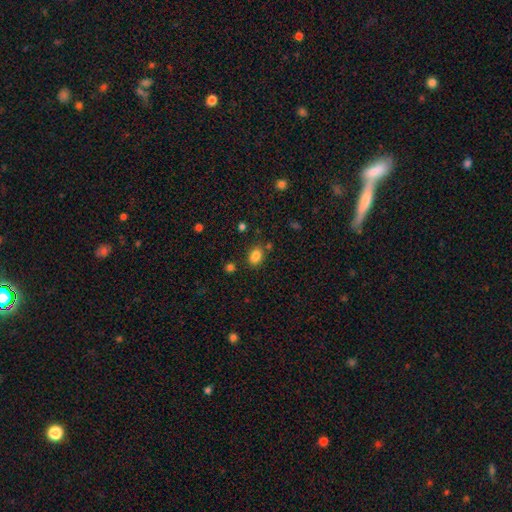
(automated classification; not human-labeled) This appears to be a smooth galaxy with no disk features (83%) that is in between round and cigar-shaped (77%). Merging: none (75%).